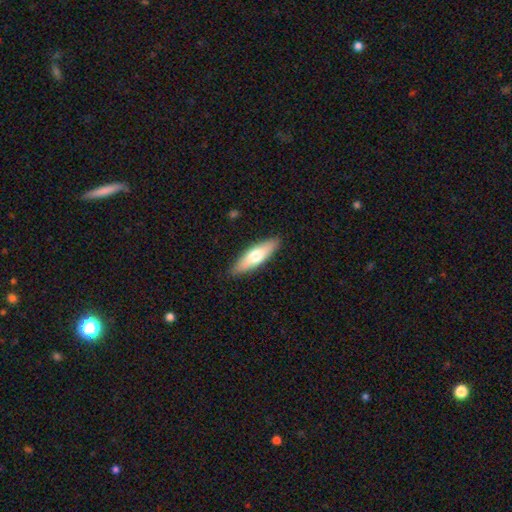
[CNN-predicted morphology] smooth-or-featured: smooth: 62% | featured or disk: 32% | star or artifact: 5%
  how-rounded: cigar-shaped: 58% | in between: 40% | round: 2%
  merging: none: 88% | minor disturbance: 9% | major disturbance: 2% | merger: 1%